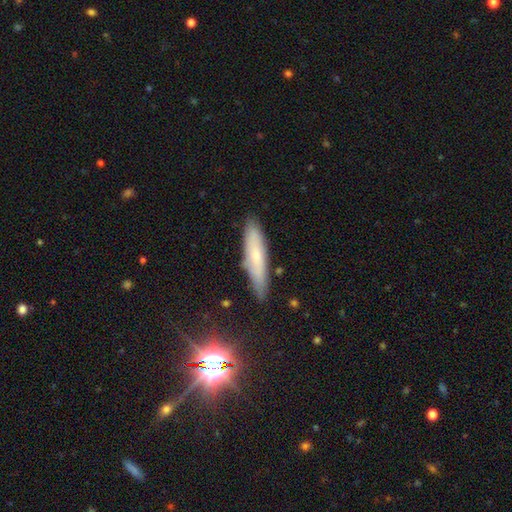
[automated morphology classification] Overall: smooth (55%; featured or disk 36%). How rounded: cigar-shaped (80%). Merging: none (80%).